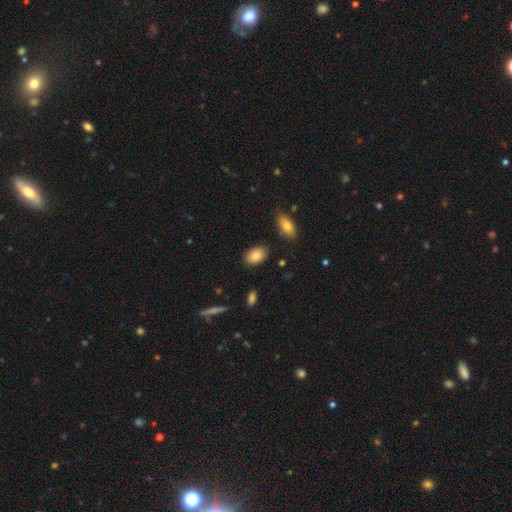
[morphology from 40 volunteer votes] Smooth or featured? smooth (88%)
How rounded? in between (91%)
Merging? none (95%)